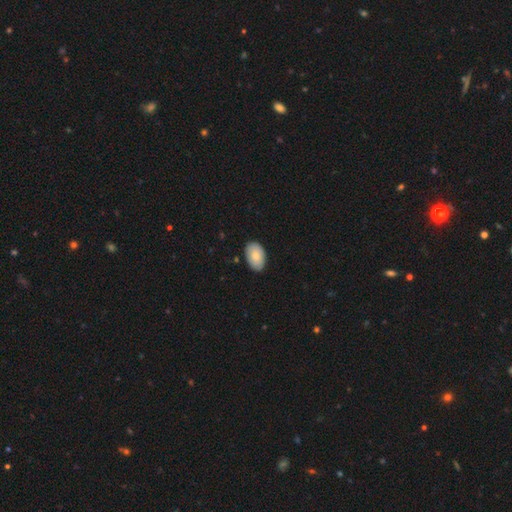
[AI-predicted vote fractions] The model was most divided on "smooth or featured": smooth: 81%, featured or disk: 13%, star or artifact: 6%. More confident: how rounded — in between (93%); merging — none (87%).